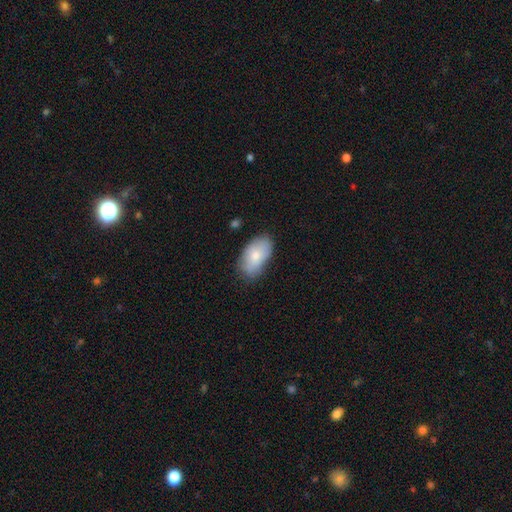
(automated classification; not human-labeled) A smooth galaxy with no disk features (76%) that is in between round and cigar-shaped (94%). Merging: none (70%).